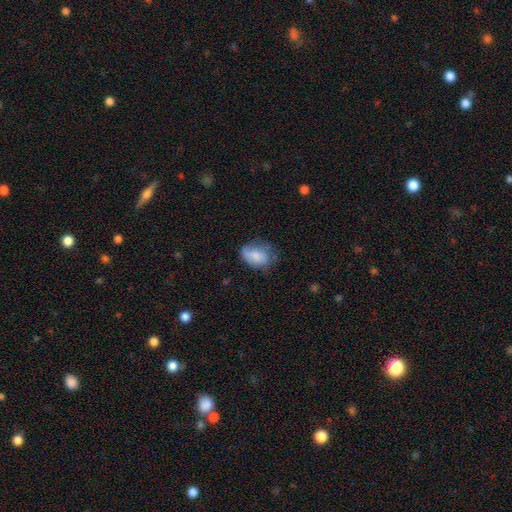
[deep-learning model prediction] Smooth or featured?
  - smooth: 70% *
  - featured or disk: 22%
  - star or artifact: 8%
How rounded?
  - in between: 76% *
  - round: 23%
  - cigar-shaped: 1%
Merging?
  - none: 49% *
  - minor disturbance: 33%
  - major disturbance: 16%
  - merger: 2%